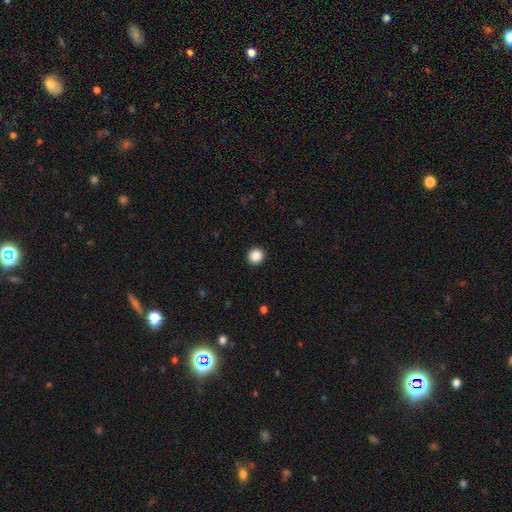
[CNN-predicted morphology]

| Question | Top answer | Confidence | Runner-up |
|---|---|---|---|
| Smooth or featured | smooth | 87% | star or artifact (10%) |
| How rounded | round | 94% | in between (5%) |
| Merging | none | 93% | minor disturbance (4%) |